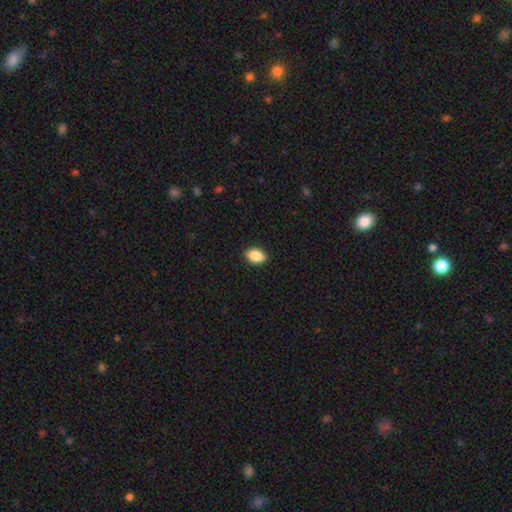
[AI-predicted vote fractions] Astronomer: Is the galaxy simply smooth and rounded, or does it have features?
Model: smooth — 88%.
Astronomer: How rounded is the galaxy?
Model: in between — 87%.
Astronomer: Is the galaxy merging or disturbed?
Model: none — 89%.